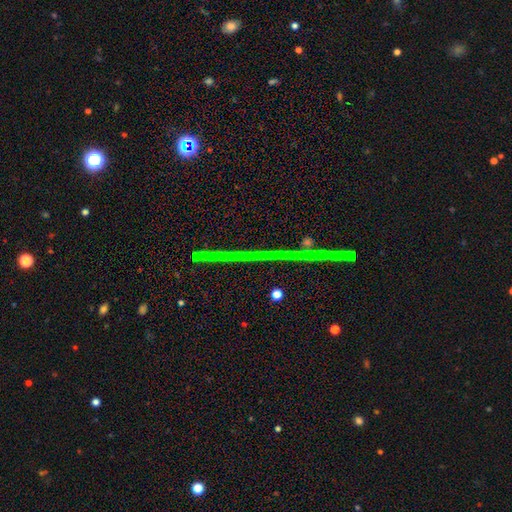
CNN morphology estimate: Smooth or featured? Predicted: star or artifact (p=0.83).